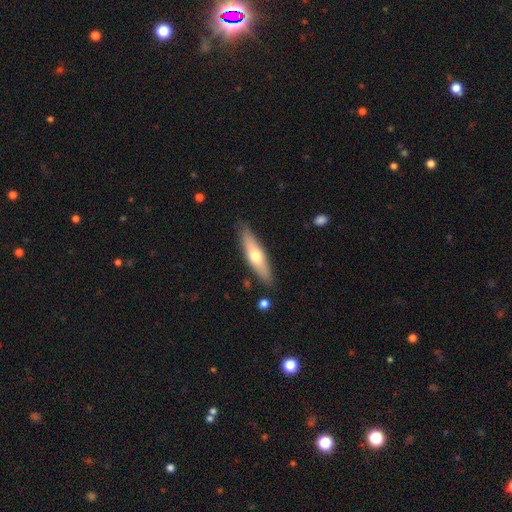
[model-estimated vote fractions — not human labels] The model was most divided on "smooth or featured": smooth: 52%, featured or disk: 43%, star or artifact: 5%. More confident: merging — none (86%); how rounded — cigar-shaped (70%).